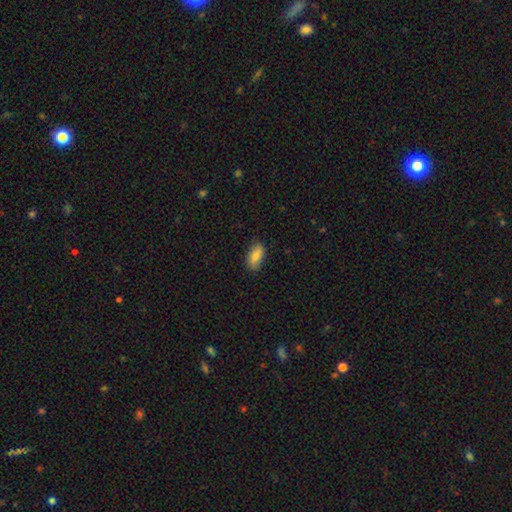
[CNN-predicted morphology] smooth 81%, featured or disk 12%, star or artifact 7%. Down the decision tree: how rounded — in between (90%); merging — none (80%).